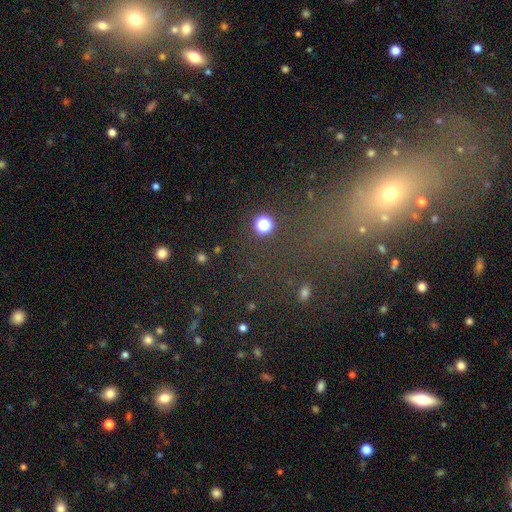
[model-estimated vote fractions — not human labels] smooth_or_featured: star or artifact (p=0.42) [alt: smooth p=0.41]